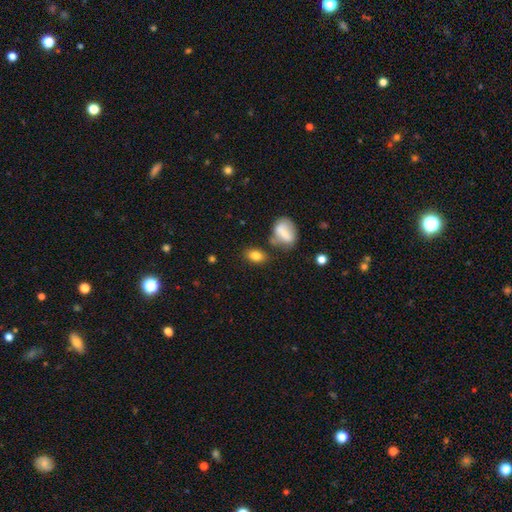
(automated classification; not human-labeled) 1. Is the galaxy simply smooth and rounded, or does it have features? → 82% smooth, 9% star or artifact, 9% featured or disk.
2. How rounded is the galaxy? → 81% in between, 16% round, 2% cigar-shaped.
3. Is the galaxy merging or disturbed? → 71% none, 15% minor disturbance, 9% merger, 4% major disturbance.